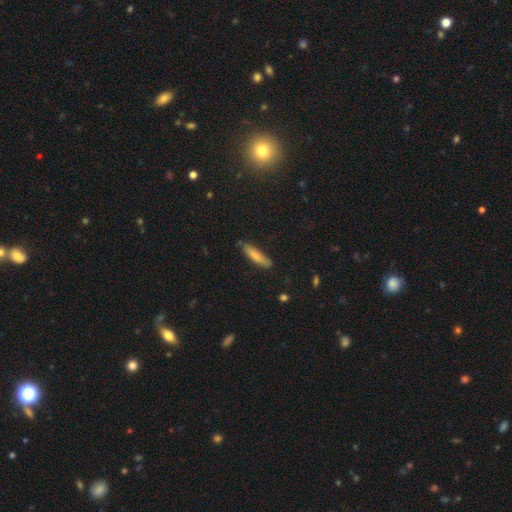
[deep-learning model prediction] Smooth or featured: smooth — 77% (featured or disk — 16%)
How rounded: cigar-shaped — 80% (in between — 19%)
Merging: none — 81% (minor disturbance — 14%)